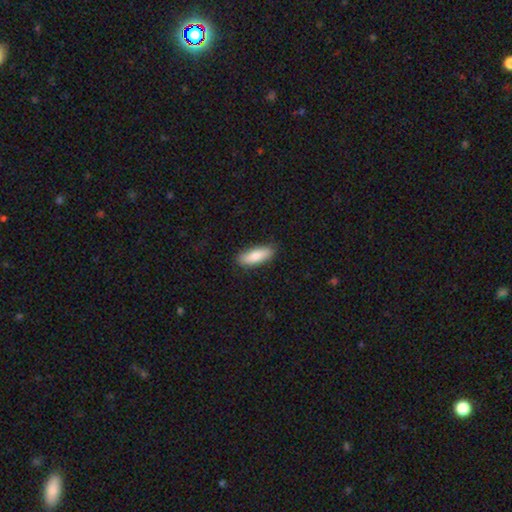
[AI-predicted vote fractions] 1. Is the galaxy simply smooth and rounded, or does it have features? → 82% smooth, 12% featured or disk, 6% star or artifact.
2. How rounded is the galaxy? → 64% in between, 34% cigar-shaped, 2% round.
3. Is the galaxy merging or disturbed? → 87% none, 10% minor disturbance, 2% major disturbance, 1% merger.